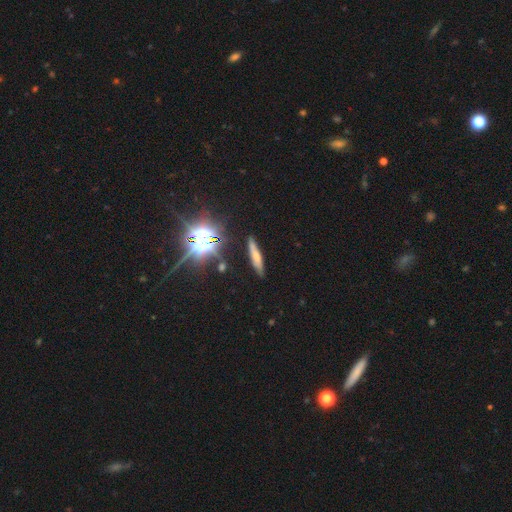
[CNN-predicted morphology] smooth_or_featured: smooth (p=0.54) [alt: featured or disk p=0.27]
how_rounded: cigar-shaped (p=0.83) [alt: in between p=0.13]
merging: none (p=0.82) [alt: minor disturbance p=0.12]